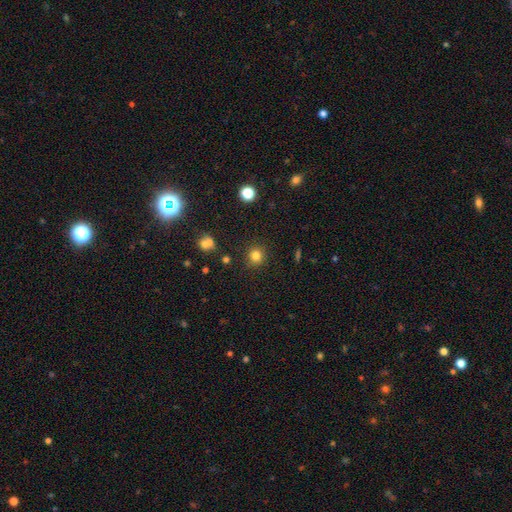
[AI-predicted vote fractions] Smooth or featured: smooth — 81% (star or artifact — 14%)
How rounded: round — 90% (in between — 9%)
Merging: none — 88% (minor disturbance — 7%)